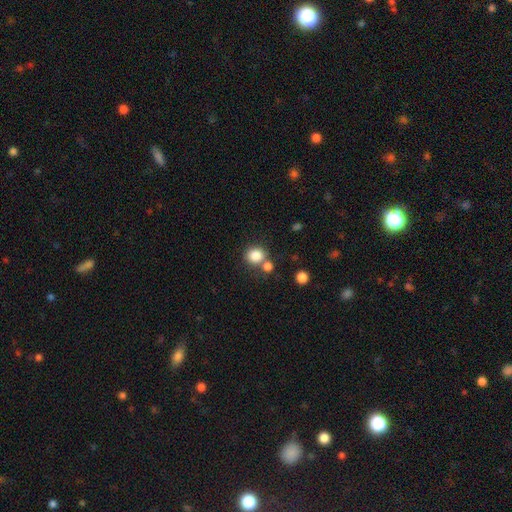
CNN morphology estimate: smooth 84%, star or artifact 11%, featured or disk 6%. Down the decision tree: how rounded — round (79%); merging — none (63%).